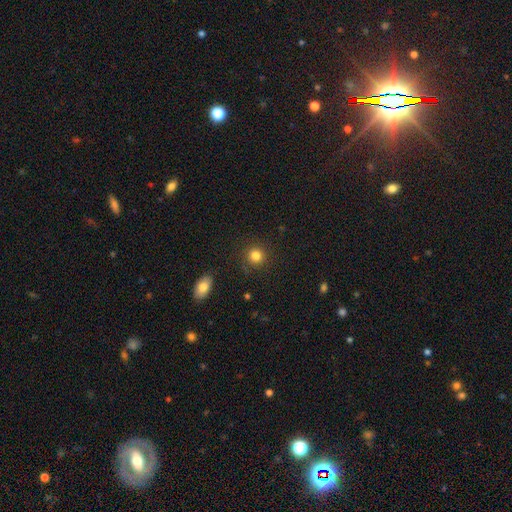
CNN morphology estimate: smooth_or_featured: smooth (p=0.83) [alt: star or artifact p=0.11]
how_rounded: round (p=0.91) [alt: in between p=0.08]
merging: none (p=0.89) [alt: minor disturbance p=0.07]